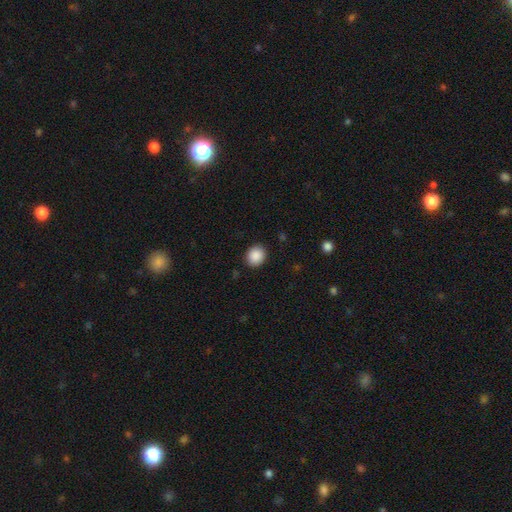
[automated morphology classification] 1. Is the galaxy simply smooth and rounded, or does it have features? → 89% smooth, 8% star or artifact, 3% featured or disk.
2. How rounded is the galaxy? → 74% round, 25% in between, 1% cigar-shaped.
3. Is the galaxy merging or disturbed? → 89% none, 8% minor disturbance, 2% major disturbance, 1% merger.